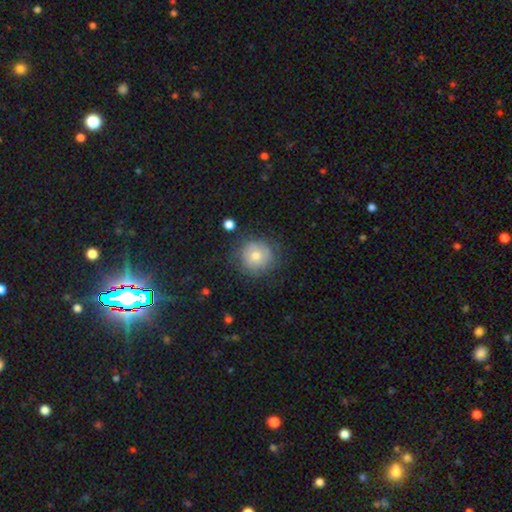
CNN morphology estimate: smooth-or-featured: smooth: 61% | featured or disk: 27% | star or artifact: 12%
  how-rounded: round: 91% | in between: 8% | cigar-shaped: 1%
  merging: none: 74% | minor disturbance: 17% | major disturbance: 7% | merger: 2%